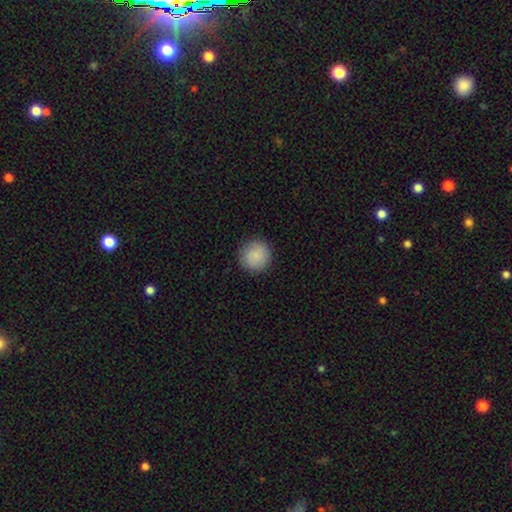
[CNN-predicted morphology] smooth 88%, star or artifact 7%, featured or disk 4%. Down the decision tree: how rounded — round (95%); merging — none (91%).